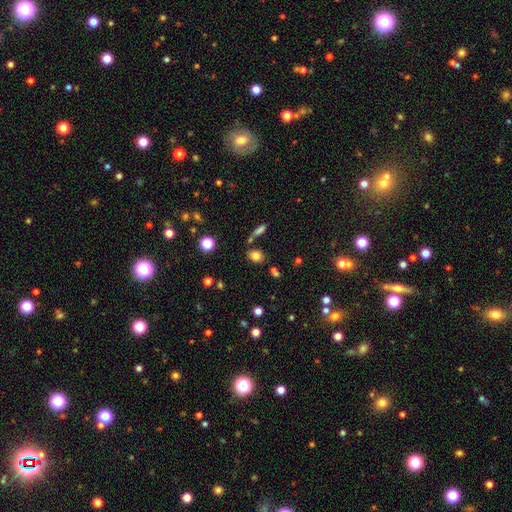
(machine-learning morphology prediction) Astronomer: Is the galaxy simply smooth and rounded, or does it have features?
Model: smooth — 78%.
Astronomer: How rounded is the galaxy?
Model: in between — 61% (runner-up: round, 37%).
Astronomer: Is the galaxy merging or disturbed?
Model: none — 73%.